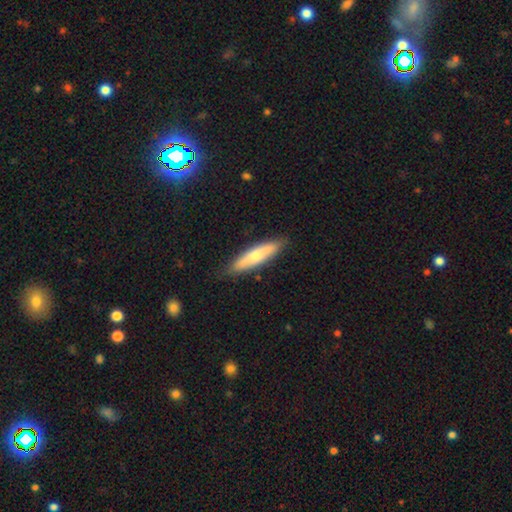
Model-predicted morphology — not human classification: smooth-or-featured: smooth: 65% | featured or disk: 30% | star or artifact: 6%
  how-rounded: cigar-shaped: 73% | in between: 25% | round: 2%
  merging: none: 84% | minor disturbance: 12% | major disturbance: 2% | merger: 1%